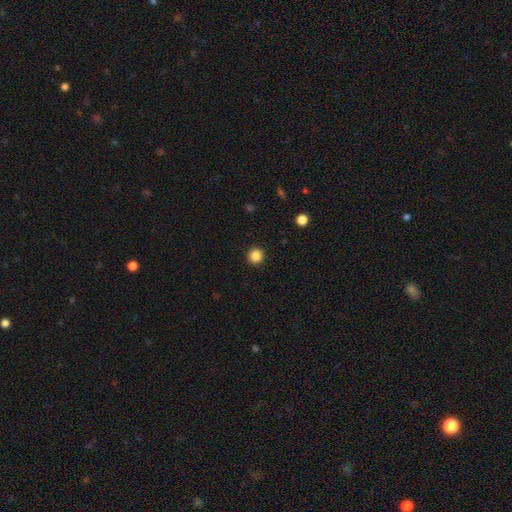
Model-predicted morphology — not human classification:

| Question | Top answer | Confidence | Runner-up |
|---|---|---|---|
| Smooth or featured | smooth | 86% | star or artifact (11%) |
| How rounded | round | 95% | in between (4%) |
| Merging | none | 93% | minor disturbance (4%) |